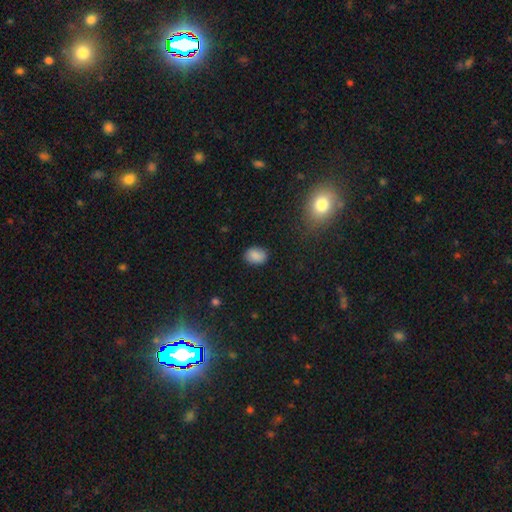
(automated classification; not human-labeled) smooth 86%, star or artifact 9%, featured or disk 5%. Down the decision tree: how rounded — in between (70%); merging — none (85%).